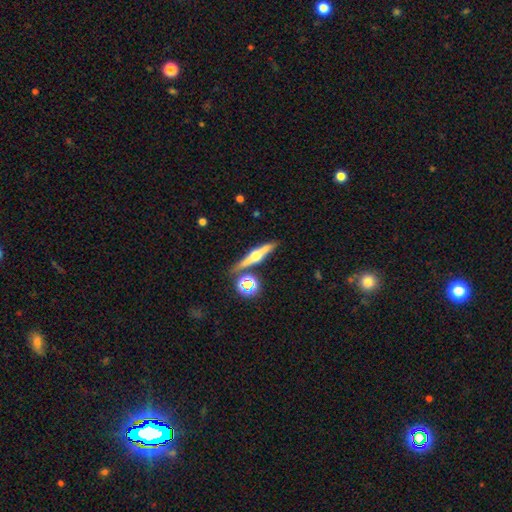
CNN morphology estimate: smooth-or-featured: featured or disk: 68% | smooth: 23% | star or artifact: 9%
  disk-edge-on: yes: 96% | no: 4%
    edge-on-bulge: rounded: 94% | boxy: 4% | none: 3%
  merging: none: 83% | minor disturbance: 8% | merger: 6% | major disturbance: 2%